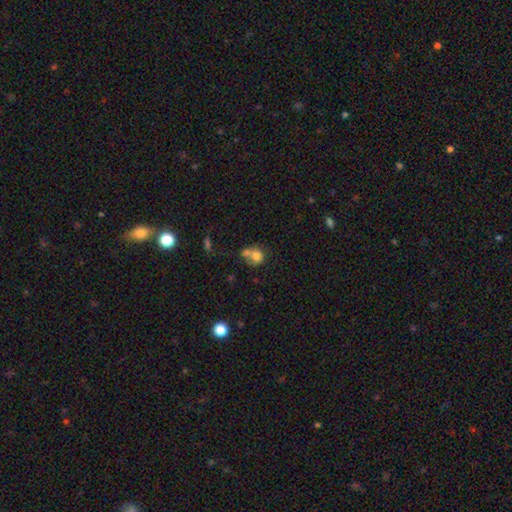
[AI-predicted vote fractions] Q: Smooth or featured?
A: smooth (75%); runner-up: featured or disk (14%)
Q: How rounded?
A: round (70%); runner-up: in between (29%)
Q: Merging?
A: merger (54%); runner-up: none (30%)